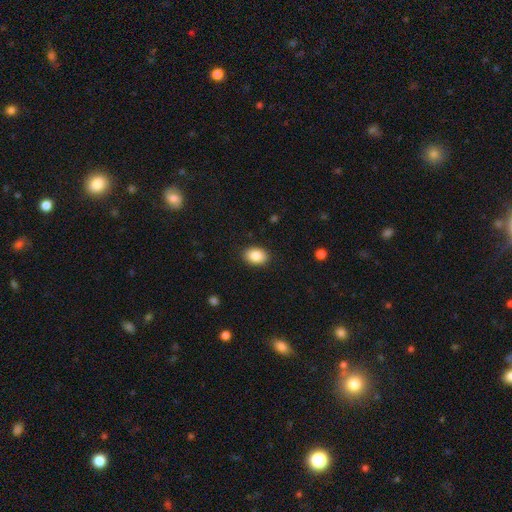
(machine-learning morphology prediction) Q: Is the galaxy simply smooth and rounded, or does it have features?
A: smooth — 86%.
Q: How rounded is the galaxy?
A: in between — 78%.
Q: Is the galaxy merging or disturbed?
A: none — 89%.